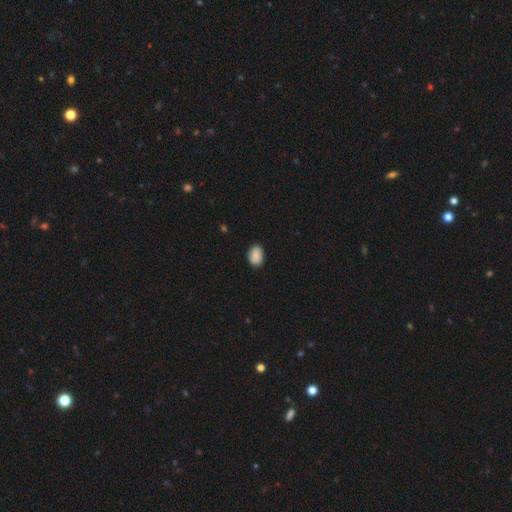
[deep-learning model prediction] A smooth galaxy with no disk features (89%) that is in between round and cigar-shaped (80%).

Vote fractions:
- Smooth or featured? smooth: 89% / star or artifact: 7% / featured or disk: 4%
- How rounded? in between: 80% / round: 18% / cigar-shaped: 1%
- Merging? none: 85% / minor disturbance: 12% / major disturbance: 2% / merger: 1%